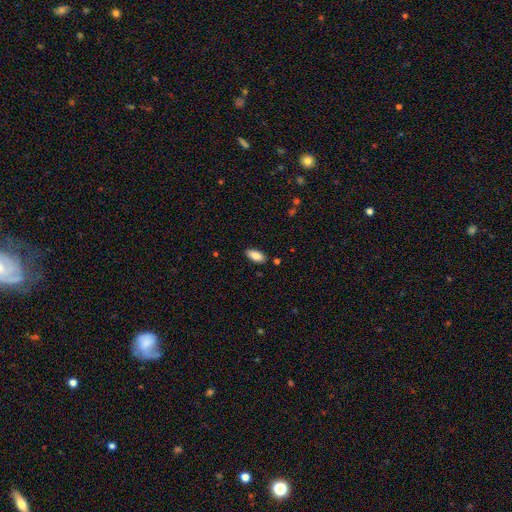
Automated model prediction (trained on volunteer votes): A smooth galaxy with no disk features (84%) that is in between round and cigar-shaped (88%). Merging: none (86%).